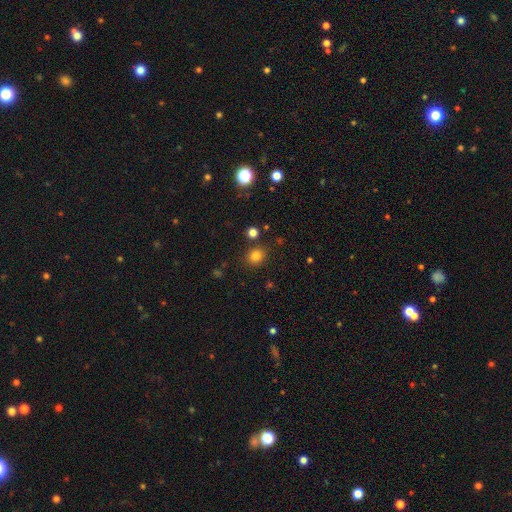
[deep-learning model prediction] Morphology: type=smooth (81%); roundness=round (81%); merging=none (85%).